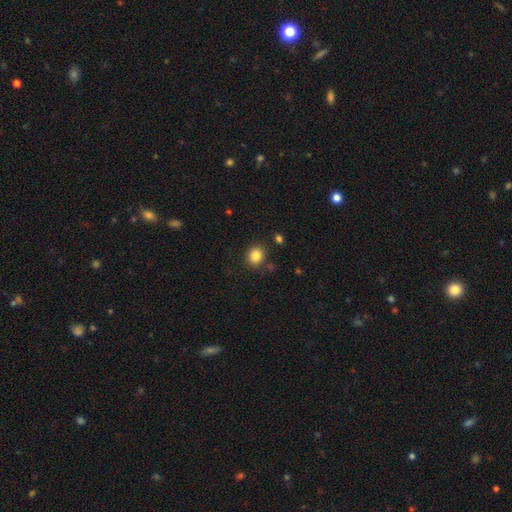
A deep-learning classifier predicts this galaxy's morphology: A smooth galaxy with no disk features (85%) that is round (72%).

Vote fractions:
- Smooth or featured? smooth: 85% / star or artifact: 10% / featured or disk: 5%
- How rounded? round: 72% / in between: 27% / cigar-shaped: 1%
- Merging? none: 83% / minor disturbance: 10% / merger: 4% / major disturbance: 3%